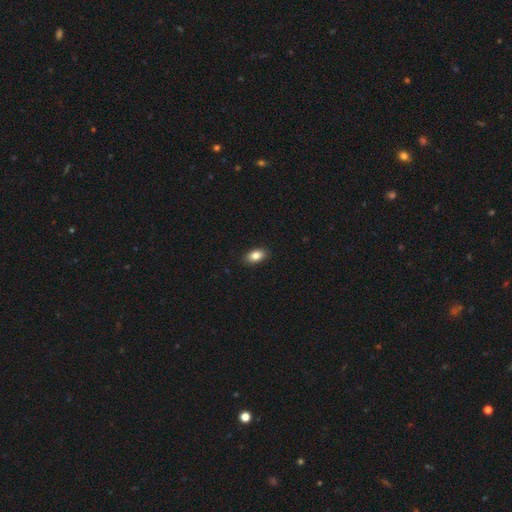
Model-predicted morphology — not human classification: Smooth or featured? Predicted: smooth (p=0.84). How rounded? Predicted: in between (p=0.89). Merging? Predicted: none (p=0.90).